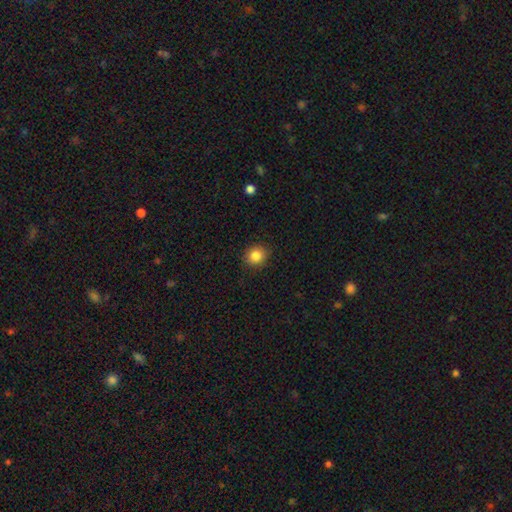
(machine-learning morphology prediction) Smooth or featured: smooth — 86% (star or artifact — 10%)
How rounded: round — 78% (in between — 21%)
Merging: none — 88% (minor disturbance — 9%)